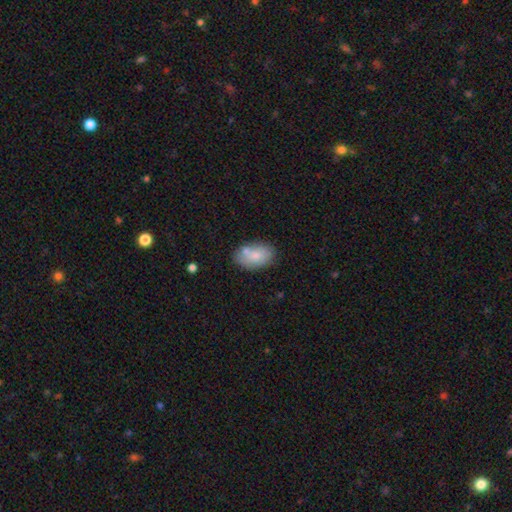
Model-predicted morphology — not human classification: Smooth or featured? smooth (76%)
How rounded? in between (90%)
Merging? none (63%)